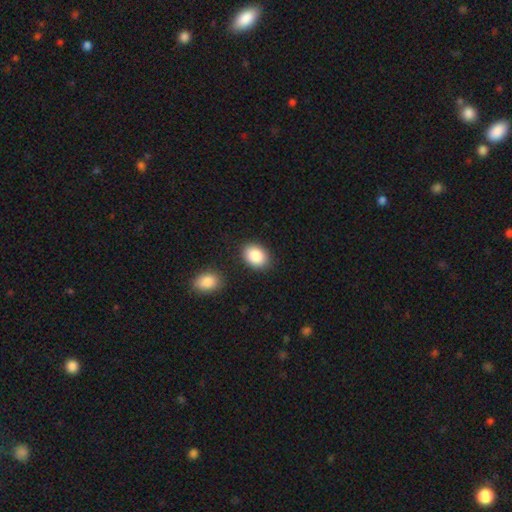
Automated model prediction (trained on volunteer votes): Smooth or featured?
  - smooth: 88% *
  - star or artifact: 7%
  - featured or disk: 5%
How rounded?
  - in between: 77% *
  - round: 22%
  - cigar-shaped: 1%
Merging?
  - none: 85% *
  - minor disturbance: 9%
  - merger: 4%
  - major disturbance: 2%